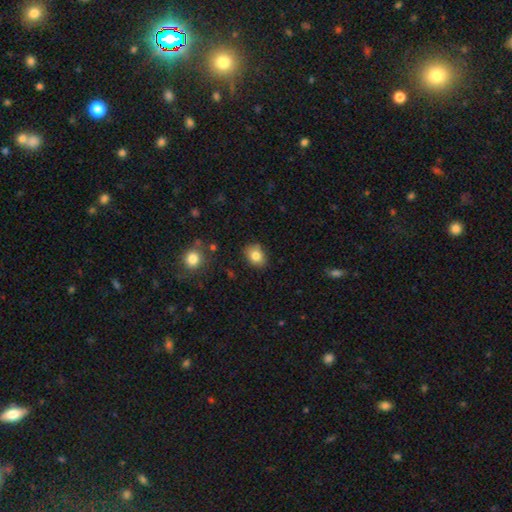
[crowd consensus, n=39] Smooth or featured? 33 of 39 (85%) said smooth. How rounded? 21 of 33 (64%) said round. Merging? 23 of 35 (66%) said none.